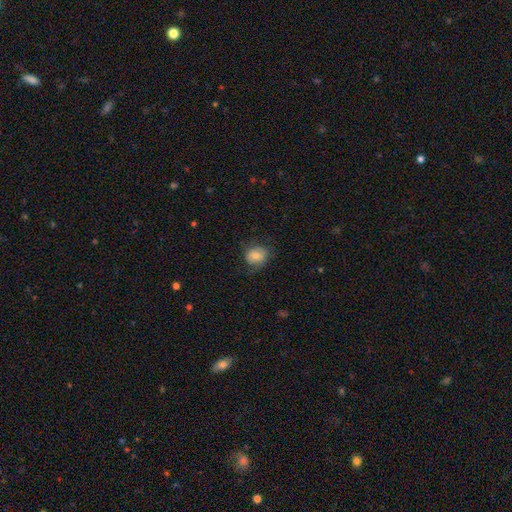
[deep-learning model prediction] A smooth galaxy with no disk features (72%) that is round (60%).

Vote fractions:
- Smooth or featured? smooth: 72% / featured or disk: 19% / star or artifact: 9%
- How rounded? round: 60% / in between: 39% / cigar-shaped: 1%
- Merging? none: 65% / minor disturbance: 23% / major disturbance: 11% / merger: 1%